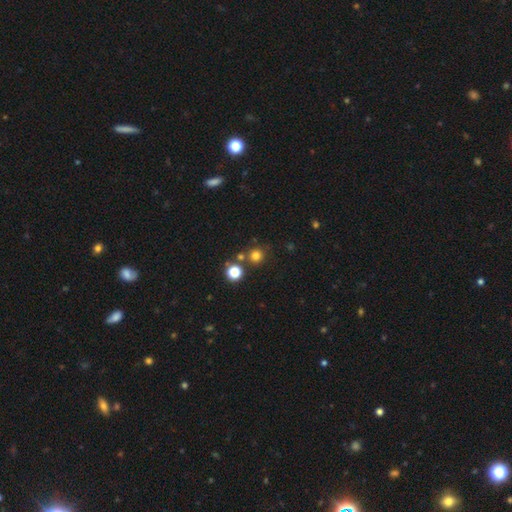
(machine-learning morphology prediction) This appears to be a smooth galaxy with no disk features (77%) that is round (93%). Merging: none (78%).